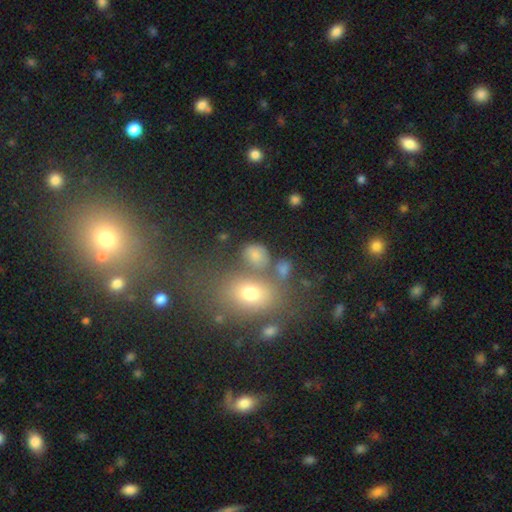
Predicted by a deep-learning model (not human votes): Morphology: type=smooth (71%); roundness=in between (50%); merging=none (56%).